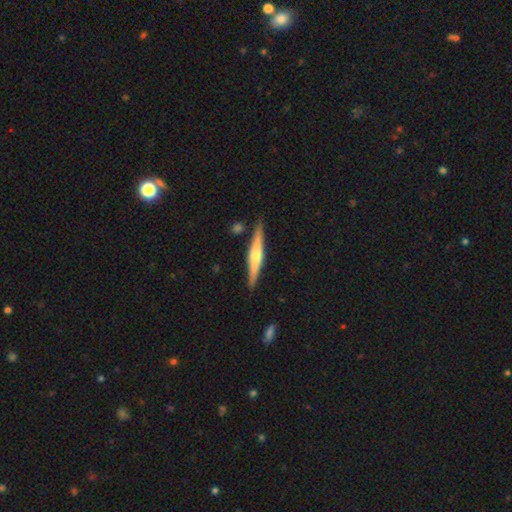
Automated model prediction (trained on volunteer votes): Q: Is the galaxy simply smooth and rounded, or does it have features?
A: featured or disk — 67%.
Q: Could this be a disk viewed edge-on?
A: yes — 97%.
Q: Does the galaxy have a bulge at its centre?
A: rounded — 84%.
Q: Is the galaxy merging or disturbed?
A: none — 88%.